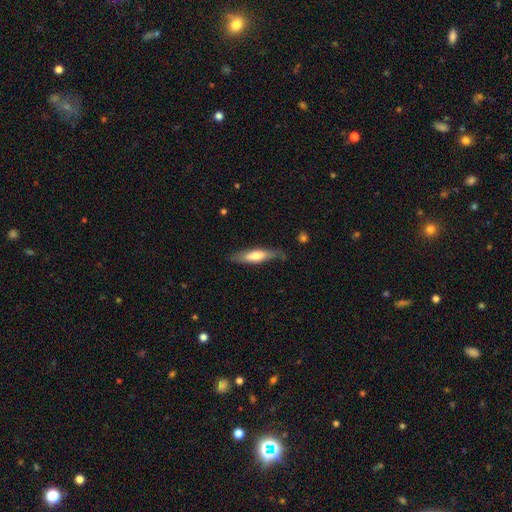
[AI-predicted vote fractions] Smooth or featured? smooth (60%)
How rounded? cigar-shaped (72%)
Merging? none (78%)